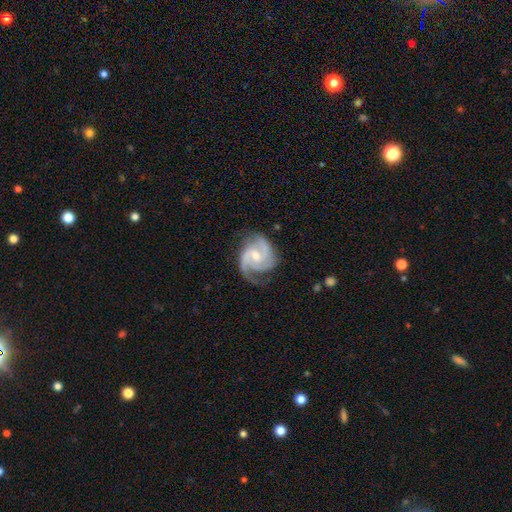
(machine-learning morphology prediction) A featured or disk galaxy (90%) with no bar (46%), 2 (44%) medium (51%) spiral arms (98%) and a moderate central bulge (49%).

Vote fractions:
- Smooth or featured? featured or disk: 90% / smooth: 6% / star or artifact: 4%
- Edge-on disk? no: 98% / yes: 2%
- Bar? no: 46% / weak: 45% / strong: 9%
- Spiral arms? yes: 98% / no: 2%
- Spiral winding? medium: 51% / tight: 38% / loose: 11%
- Spiral arm count? 2: 44% / 3: 39% / can't tell: 7% / 4: 4% / 1: 3% / more than 4: 3%
- Bulge size? moderate: 49% / small: 46% / none: 3% / large: 2% / dominant: 1%
- Merging? none: 68% / minor disturbance: 21% / major disturbance: 10% / merger: 1%